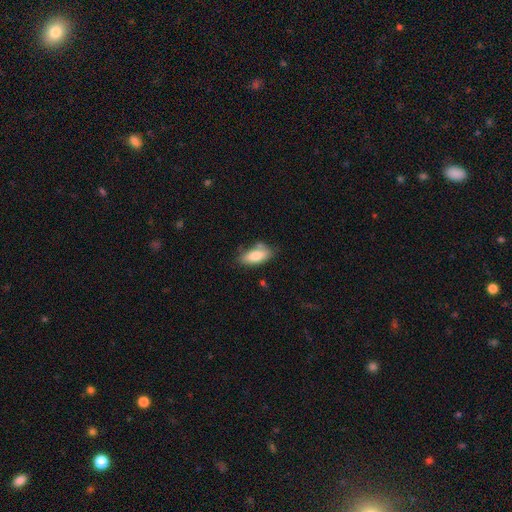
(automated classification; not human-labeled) This is clearly a smooth galaxy (81%). How rounded: clearly in between (84%). Merging: likely none (67%).